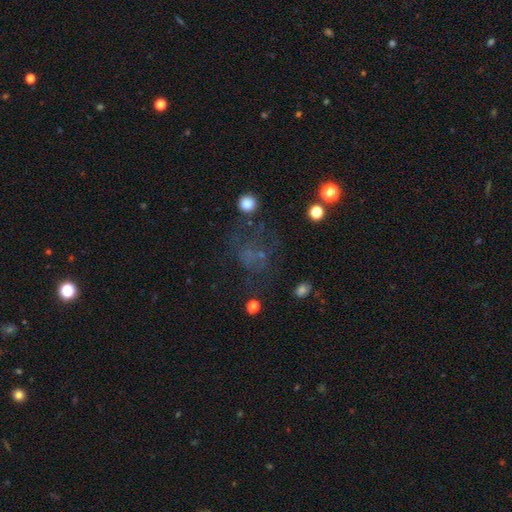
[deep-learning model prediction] A smooth galaxy with no disk features (35%). Merging: none (48%).